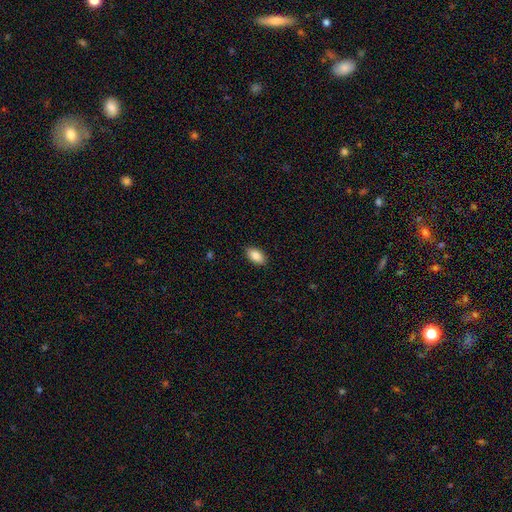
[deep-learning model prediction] Q: Smooth or featured?
A: smooth (88%); runner-up: star or artifact (7%)
Q: How rounded?
A: in between (93%); runner-up: round (4%)
Q: Merging?
A: none (89%); runner-up: minor disturbance (8%)